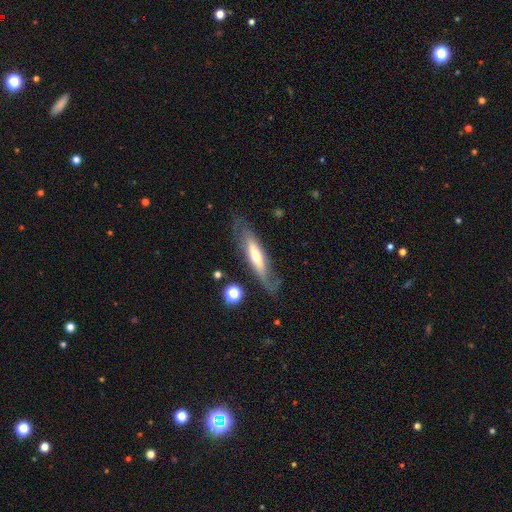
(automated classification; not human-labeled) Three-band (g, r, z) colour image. It shows a featured or disk galaxy (60%) viewed edge-on (60%). Merging: none (65%).